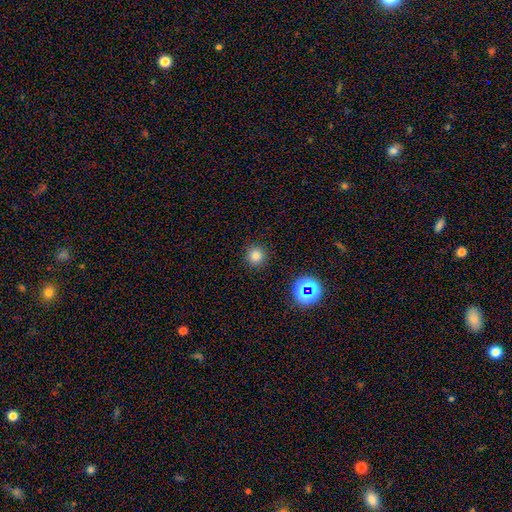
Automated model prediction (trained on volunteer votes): Smooth or featured: smooth — 77% (star or artifact — 17%)
How rounded: round — 95% (in between — 4%)
Merging: none — 90% (minor disturbance — 6%)